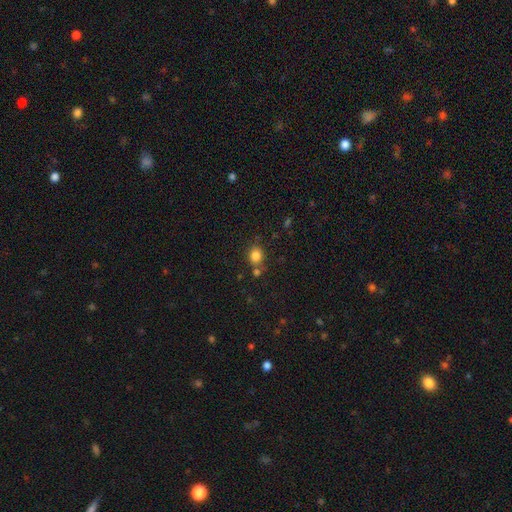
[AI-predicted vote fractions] A smooth galaxy with no disk features (82%) that is round (65%). Merging: none (68%).